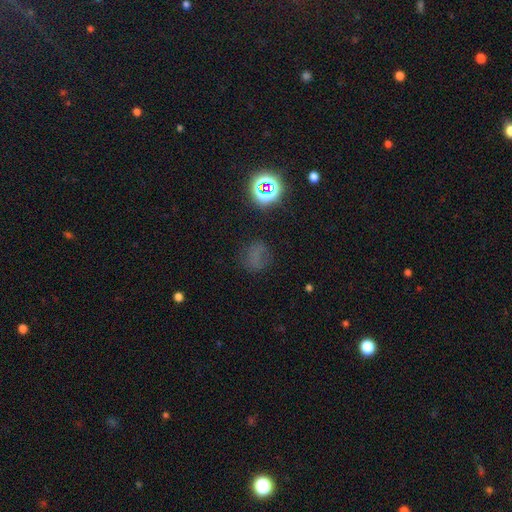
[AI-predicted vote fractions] Smooth or featured?
  - smooth: 51% *
  - star or artifact: 34%
  - featured or disk: 15%
How rounded?
  - round: 71% *
  - in between: 27%
  - cigar-shaped: 2%
Merging?
  - none: 67% *
  - minor disturbance: 18%
  - major disturbance: 11%
  - merger: 3%